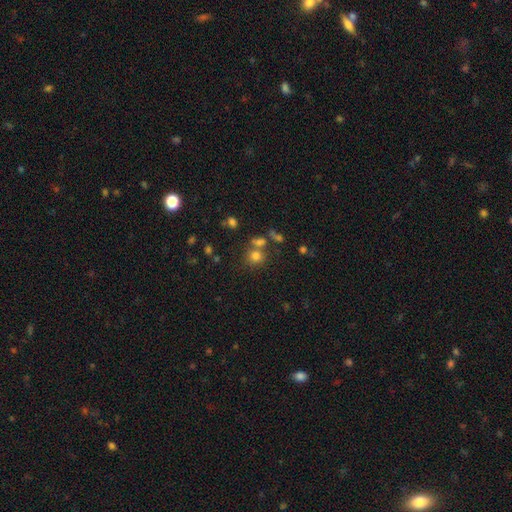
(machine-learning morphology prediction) Q: Smooth or featured?
A: smooth (74%); runner-up: star or artifact (17%)
Q: How rounded?
A: round (84%); runner-up: in between (15%)
Q: Merging?
A: none (60%); runner-up: merger (24%)